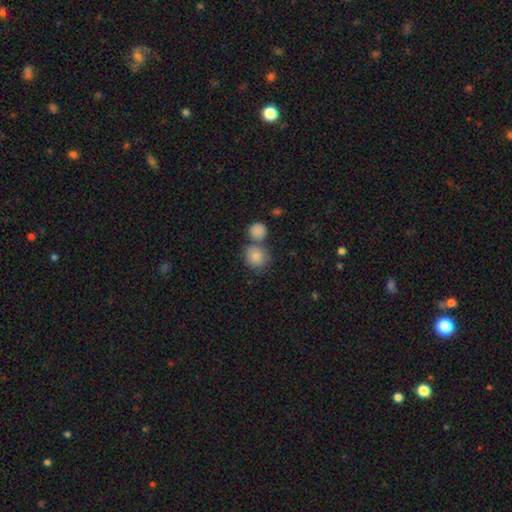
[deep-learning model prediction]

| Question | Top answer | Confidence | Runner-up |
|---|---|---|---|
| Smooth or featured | smooth | 80% | star or artifact (11%) |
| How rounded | round | 86% | in between (13%) |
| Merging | none | 58% | merger (29%) |